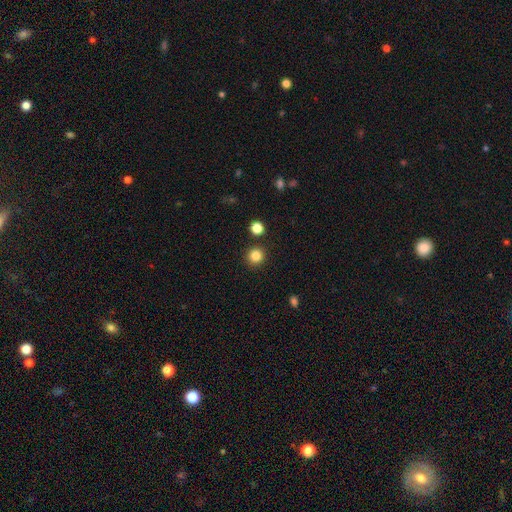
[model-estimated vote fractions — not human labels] smooth-or-featured: smooth: 83% | star or artifact: 12% | featured or disk: 4%
  how-rounded: round: 94% | in between: 5% | cigar-shaped: 1%
  merging: none: 90% | minor disturbance: 5% | merger: 3% | major disturbance: 2%